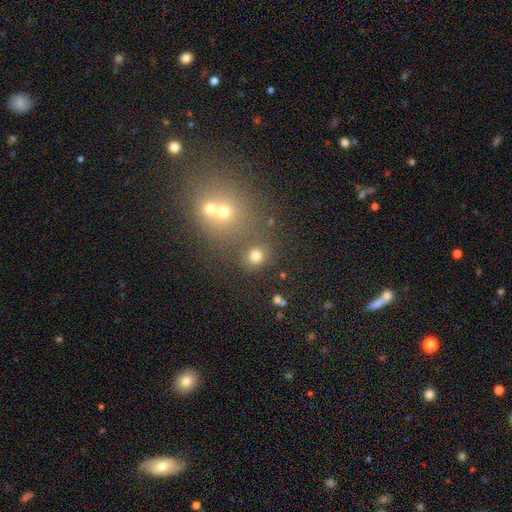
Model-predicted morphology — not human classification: Smooth or featured?
  - smooth: 74% *
  - star or artifact: 18%
  - featured or disk: 7%
How rounded?
  - round: 84% *
  - in between: 15%
  - cigar-shaped: 1%
Merging?
  - none: 69% *
  - merger: 18%
  - minor disturbance: 8%
  - major disturbance: 4%